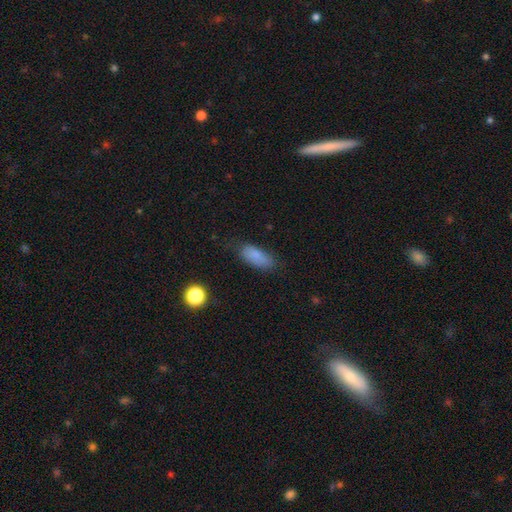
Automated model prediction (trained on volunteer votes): Smooth or featured: smooth — 84% (star or artifact — 8%)
How rounded: in between — 81% (cigar-shaped — 17%)
Merging: none — 70% (minor disturbance — 22%)